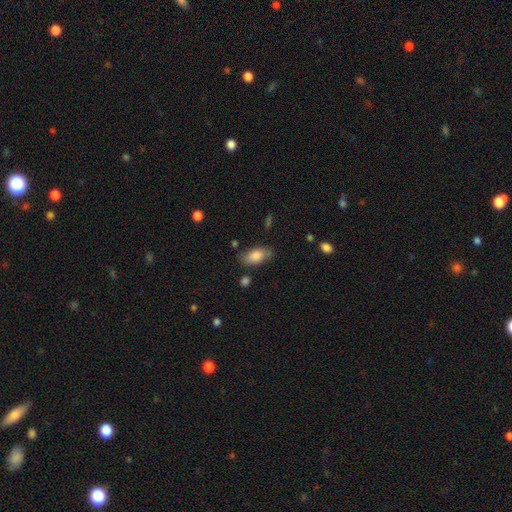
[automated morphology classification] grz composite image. It shows a smooth galaxy with no disk features (82%) that is in between round and cigar-shaped (91%). Merging: none (77%).